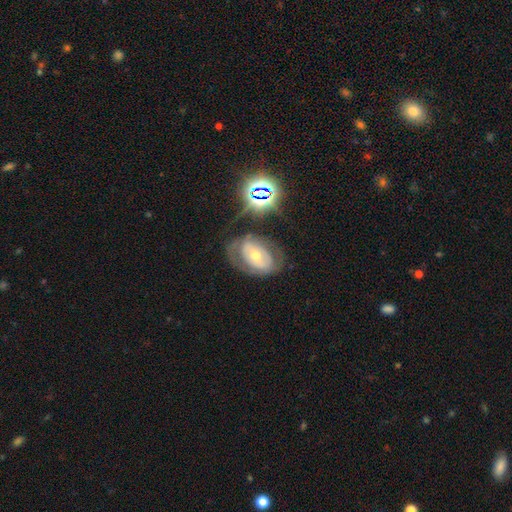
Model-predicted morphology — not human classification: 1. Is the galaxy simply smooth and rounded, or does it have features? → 63% featured or disk, 23% smooth, 14% star or artifact.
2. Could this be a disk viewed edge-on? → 95% no, 5% yes.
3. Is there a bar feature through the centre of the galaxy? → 57% no, 28% weak, 16% strong.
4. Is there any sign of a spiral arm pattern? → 57% yes, 43% no.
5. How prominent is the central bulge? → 50% moderate, 44% small, 3% large, 1% none, 1% dominant.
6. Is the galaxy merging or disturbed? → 59% none, 21% minor disturbance, 16% major disturbance, 4% merger.